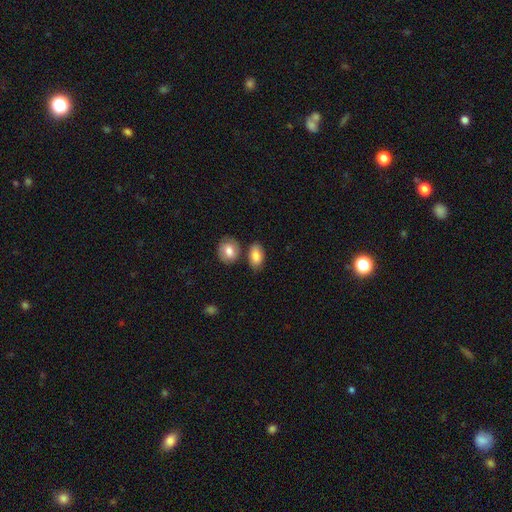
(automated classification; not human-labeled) Smooth or featured? Predicted: smooth (p=0.83). How rounded? Predicted: in between (p=0.90). Merging? Predicted: none (p=0.67).